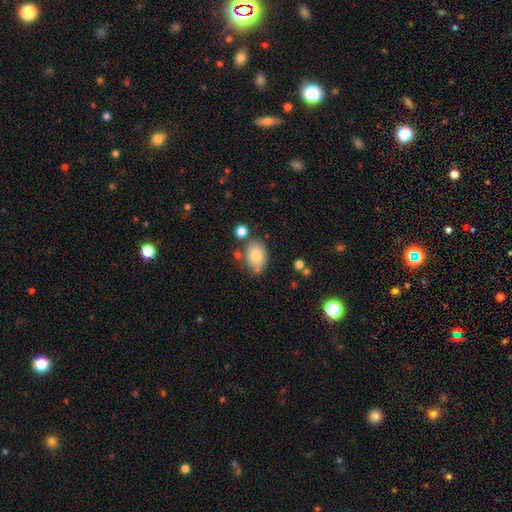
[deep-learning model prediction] Smooth or featured?
  - smooth: 76% *
  - featured or disk: 15%
  - star or artifact: 9%
How rounded?
  - in between: 76% *
  - round: 23%
  - cigar-shaped: 1%
Merging?
  - none: 63% *
  - minor disturbance: 20%
  - merger: 12%
  - major disturbance: 5%